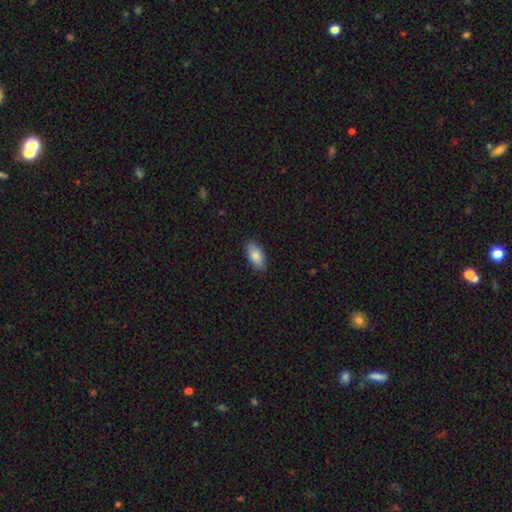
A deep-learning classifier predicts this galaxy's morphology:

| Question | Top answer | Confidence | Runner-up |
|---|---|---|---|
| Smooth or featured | smooth | 85% | featured or disk (9%) |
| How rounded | in between | 93% | cigar-shaped (5%) |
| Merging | none | 88% | minor disturbance (9%) |